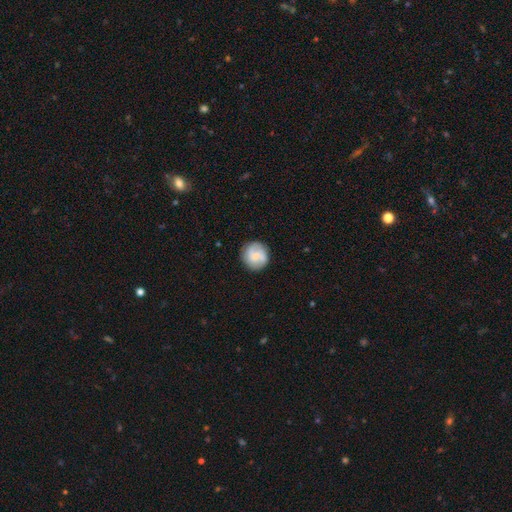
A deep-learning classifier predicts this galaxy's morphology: type=smooth (53%); roundness=round (92%); merging=none (81%).